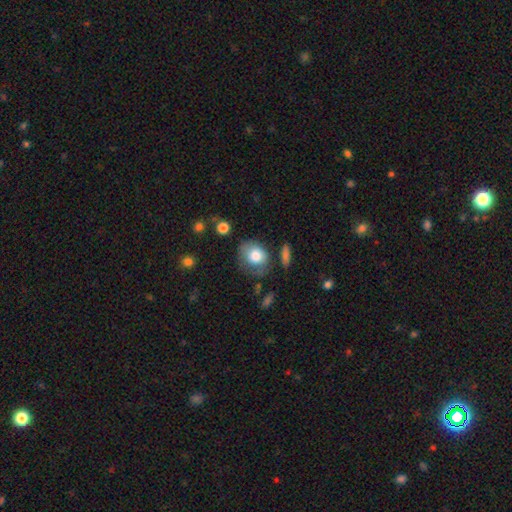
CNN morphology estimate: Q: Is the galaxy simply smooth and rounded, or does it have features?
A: smooth — 75%.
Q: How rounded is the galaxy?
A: round — 61%.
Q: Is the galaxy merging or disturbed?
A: none — 53%.